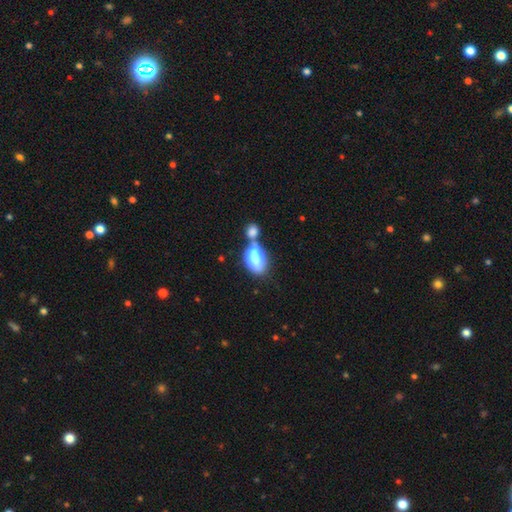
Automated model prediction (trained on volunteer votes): A smooth galaxy with no disk features (77%) that is in between round and cigar-shaped (90%).

Vote fractions:
- Smooth or featured? smooth: 77% / featured or disk: 15% / star or artifact: 7%
- How rounded? in between: 90% / round: 7% / cigar-shaped: 3%
- Merging? merger: 58% / none: 23% / minor disturbance: 12% / major disturbance: 7%